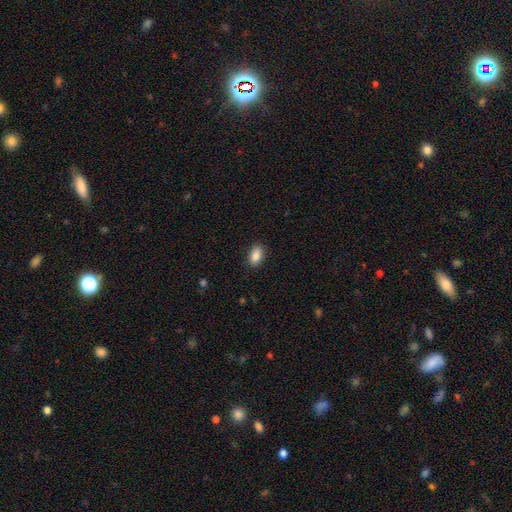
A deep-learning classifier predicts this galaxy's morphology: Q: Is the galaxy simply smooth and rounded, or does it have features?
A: smooth — 88%.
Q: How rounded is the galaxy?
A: in between — 91%.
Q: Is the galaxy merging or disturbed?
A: none — 89%.